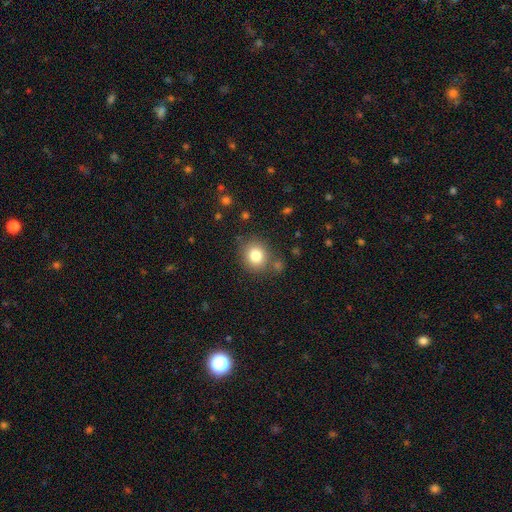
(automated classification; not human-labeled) smooth-or-featured: smooth: 81% | star or artifact: 11% | featured or disk: 8%
  how-rounded: round: 80% | in between: 20% | cigar-shaped: 1%
  merging: none: 79% | minor disturbance: 11% | merger: 6% | major disturbance: 4%